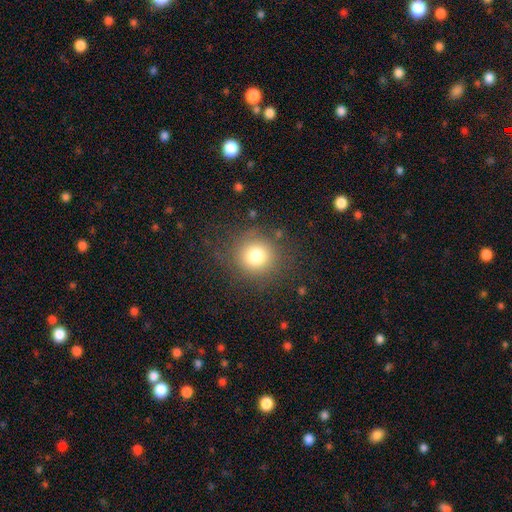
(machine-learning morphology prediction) Smooth or featured: smooth — 76% (star or artifact — 14%)
How rounded: round — 91% (in between — 8%)
Merging: none — 82% (minor disturbance — 10%)